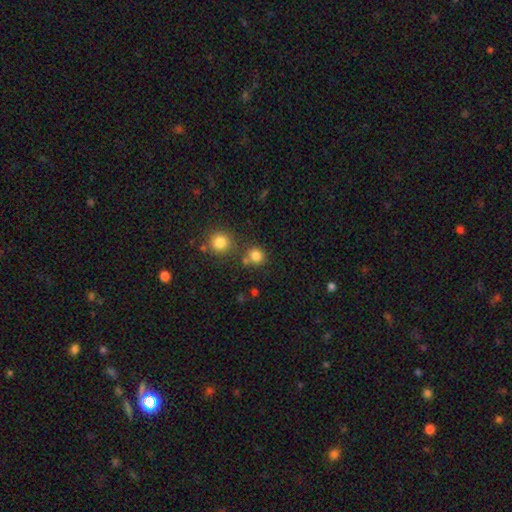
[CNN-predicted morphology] type=smooth (81%); roundness=round (79%); merging=none (68%).